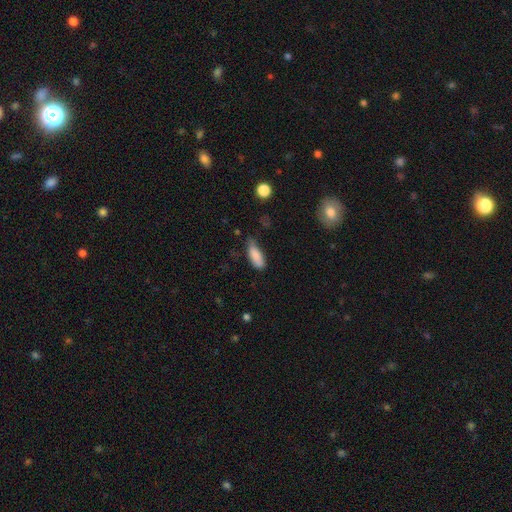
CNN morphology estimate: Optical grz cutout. It shows a smooth galaxy with no disk features (85%) that is in between round and cigar-shaped (74%). Merging: none (48%).